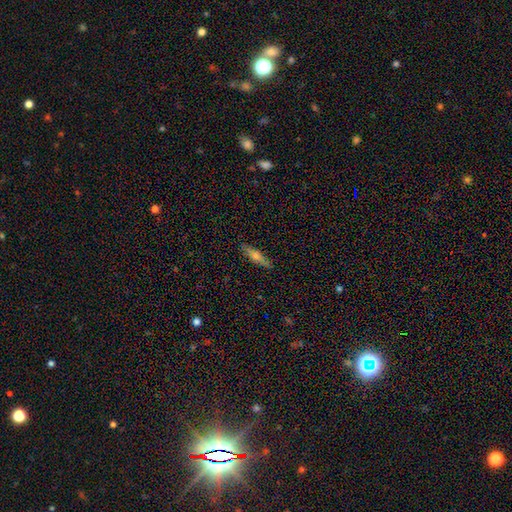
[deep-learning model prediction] The model was most divided on "smooth or featured": smooth: 50%, featured or disk: 43%, star or artifact: 8%. More confident: merging — none (88%).